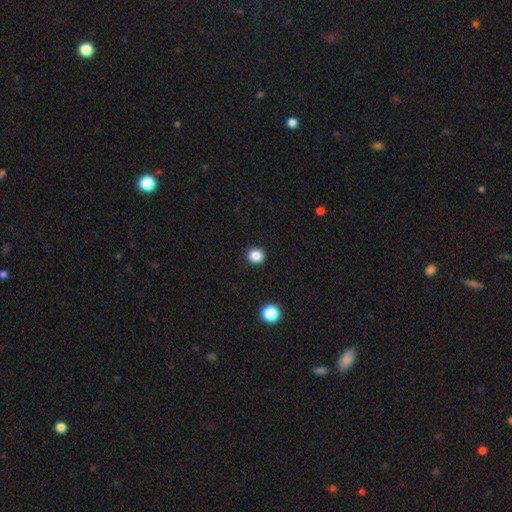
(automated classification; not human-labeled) smooth 86%, star or artifact 12%, featured or disk 3%. Down the decision tree: how rounded — round (91%); merging — none (92%).